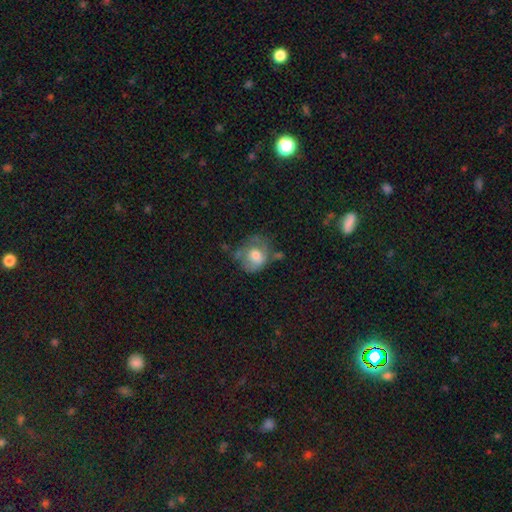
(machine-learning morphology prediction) Q: Smooth or featured?
A: smooth (62%); runner-up: featured or disk (30%)
Q: How rounded?
A: round (66%); runner-up: in between (33%)
Q: Merging?
A: none (39%); runner-up: minor disturbance (30%)